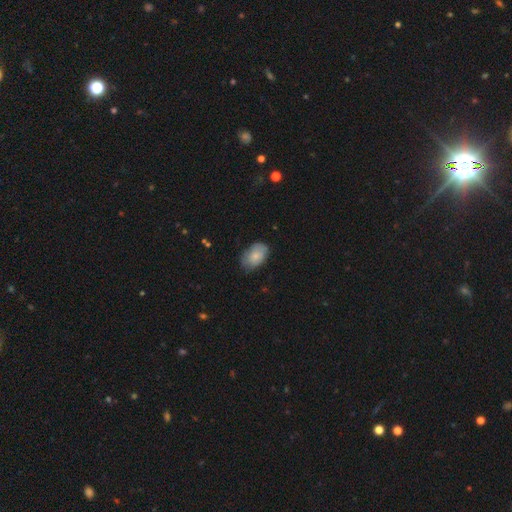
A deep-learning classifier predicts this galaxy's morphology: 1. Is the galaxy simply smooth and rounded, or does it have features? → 76% smooth, 18% featured or disk, 7% star or artifact.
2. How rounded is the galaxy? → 88% in between, 11% round, 1% cigar-shaped.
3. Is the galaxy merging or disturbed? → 65% none, 28% minor disturbance, 6% major disturbance, 1% merger.